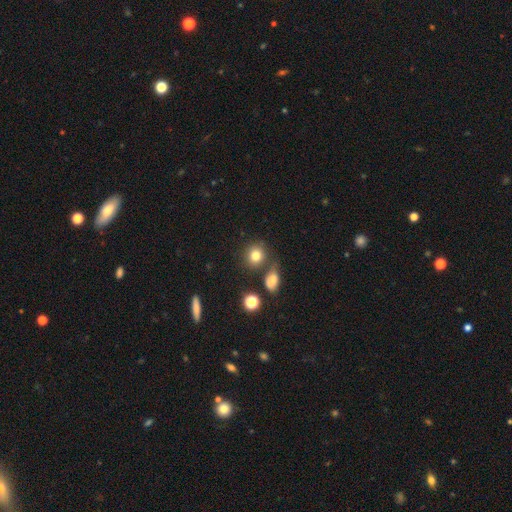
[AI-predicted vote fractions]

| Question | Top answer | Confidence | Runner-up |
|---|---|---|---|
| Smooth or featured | smooth | 80% | star or artifact (13%) |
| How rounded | round | 79% | in between (20%) |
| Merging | none | 71% | merger (13%) |